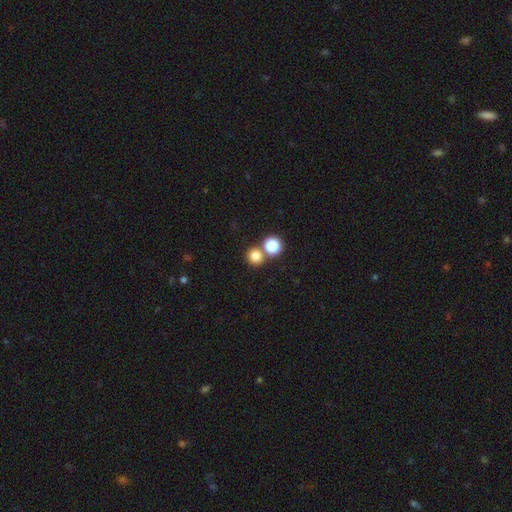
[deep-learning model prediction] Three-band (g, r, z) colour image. It shows a smooth galaxy with no disk features (80%) that is round (91%). Merging: none (62%).